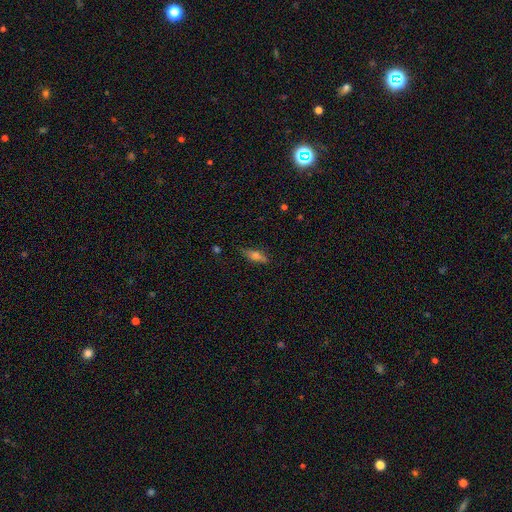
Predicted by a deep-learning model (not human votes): Smooth or featured? smooth (51%)
How rounded? cigar-shaped (53%)
Merging? none (81%)